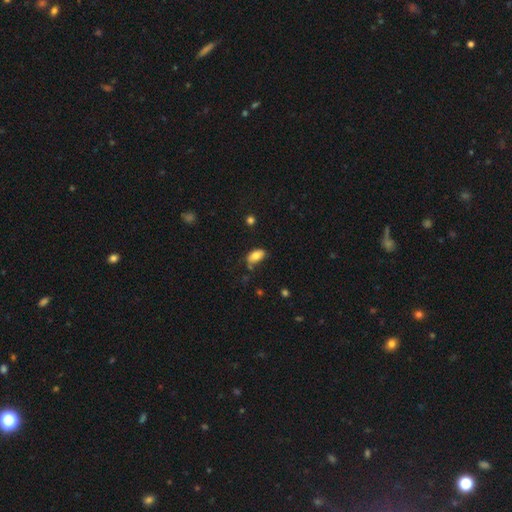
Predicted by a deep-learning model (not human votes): Overall: smooth (81%). How rounded: in between (92%). Merging: none (56%; minor disturbance 30%).